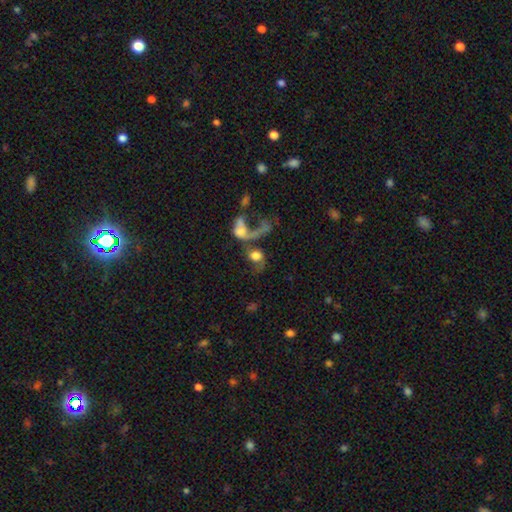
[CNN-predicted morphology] A smooth galaxy with no disk features (45%).

Vote fractions:
- Smooth or featured? smooth: 45% / featured or disk: 44% / star or artifact: 12%
- Merging? merger: 54% / major disturbance: 28% / none: 13% / minor disturbance: 6%